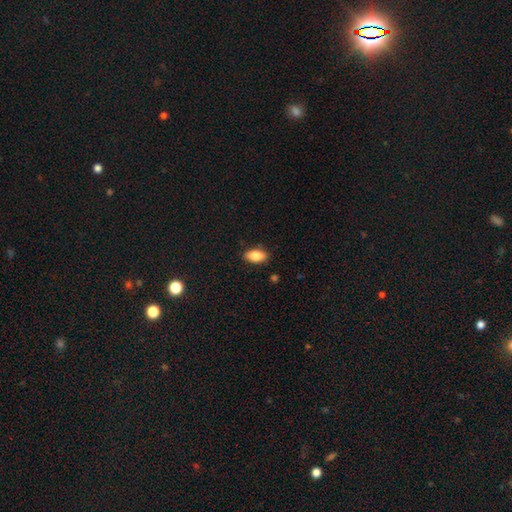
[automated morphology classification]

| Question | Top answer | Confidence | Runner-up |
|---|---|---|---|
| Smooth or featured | smooth | 82% | featured or disk (11%) |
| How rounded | in between | 91% | cigar-shaped (5%) |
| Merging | none | 88% | minor disturbance (9%) |